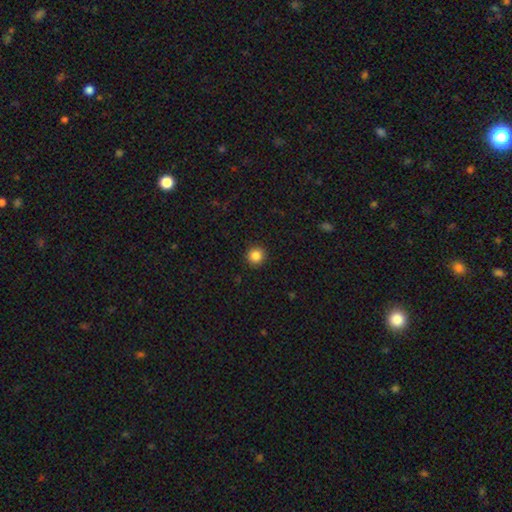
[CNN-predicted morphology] Smooth or featured? Predicted: smooth (p=0.85). How rounded? Predicted: round (p=0.94). Merging? Predicted: none (p=0.92).